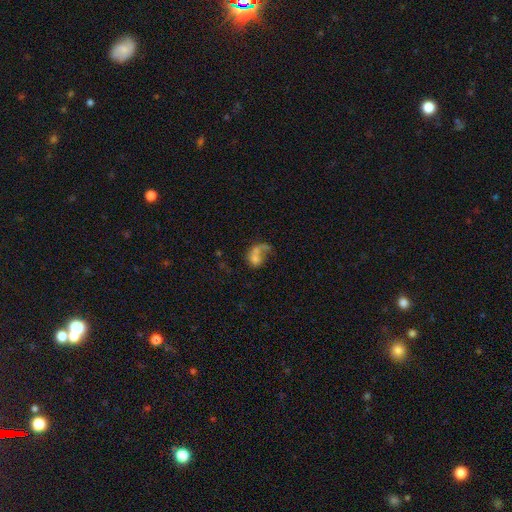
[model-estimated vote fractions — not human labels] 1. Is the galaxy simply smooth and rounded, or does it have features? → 50% smooth, 38% featured or disk, 12% star or artifact.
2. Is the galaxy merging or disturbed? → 48% merger, 25% major disturbance, 17% none, 9% minor disturbance.